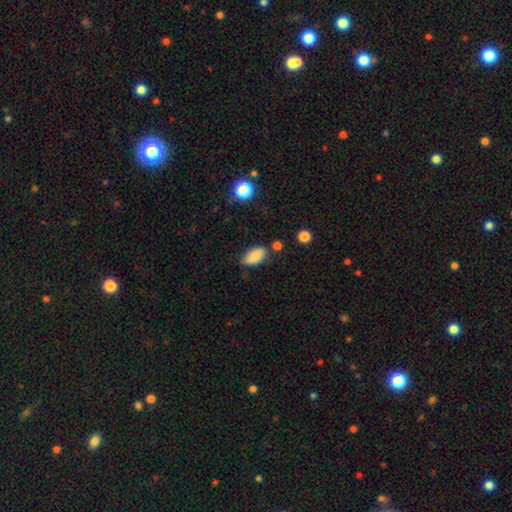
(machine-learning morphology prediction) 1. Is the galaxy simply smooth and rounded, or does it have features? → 81% smooth, 11% featured or disk, 8% star or artifact.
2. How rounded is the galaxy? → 92% in between, 5% round, 2% cigar-shaped.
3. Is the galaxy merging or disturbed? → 69% none, 22% minor disturbance, 5% merger, 4% major disturbance.